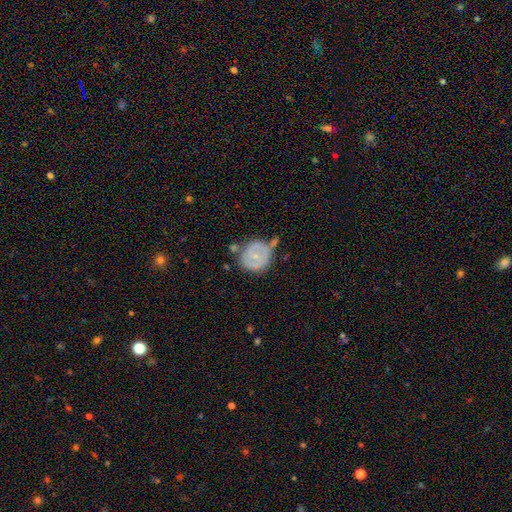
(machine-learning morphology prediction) smooth-or-featured: featured or disk: 50% | smooth: 43% | star or artifact: 7%
  disk-edge-on: no: 97% | yes: 3%
  merging: none: 51% | minor disturbance: 27% | merger: 12% | major disturbance: 10%